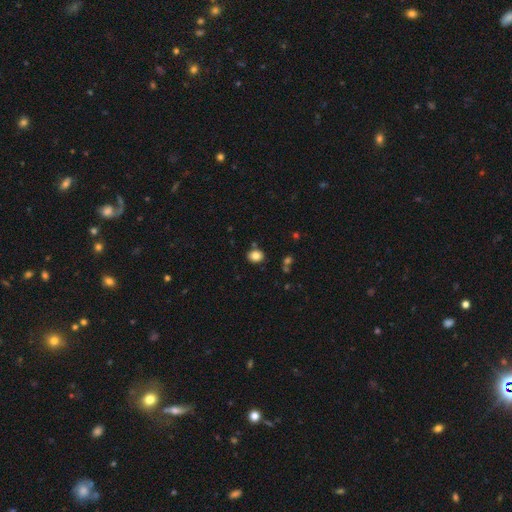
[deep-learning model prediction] smooth_or_featured: smooth (p=0.82) [alt: star or artifact p=0.10]
how_rounded: round (p=0.57) [alt: in between p=0.42]
merging: none (p=0.82) [alt: minor disturbance p=0.10]